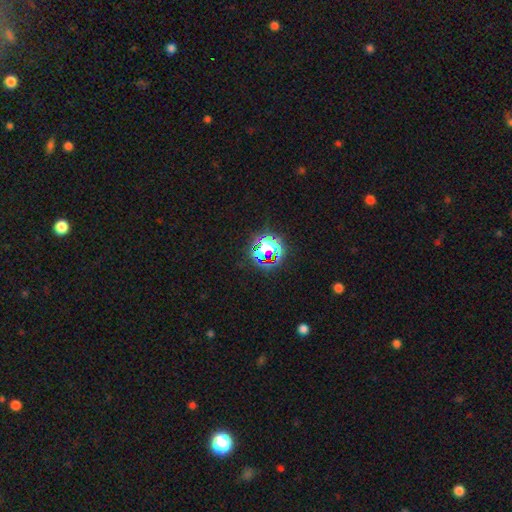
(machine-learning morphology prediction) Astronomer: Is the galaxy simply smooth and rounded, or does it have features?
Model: star or artifact — 74%.